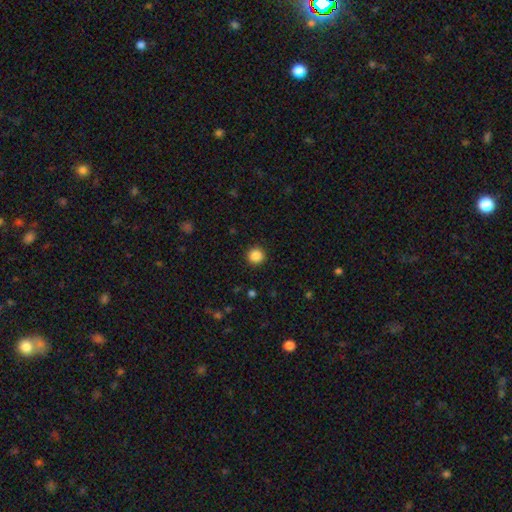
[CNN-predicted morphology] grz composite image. It shows a smooth galaxy with no disk features (87%) that is round (95%). Merging: none (92%).